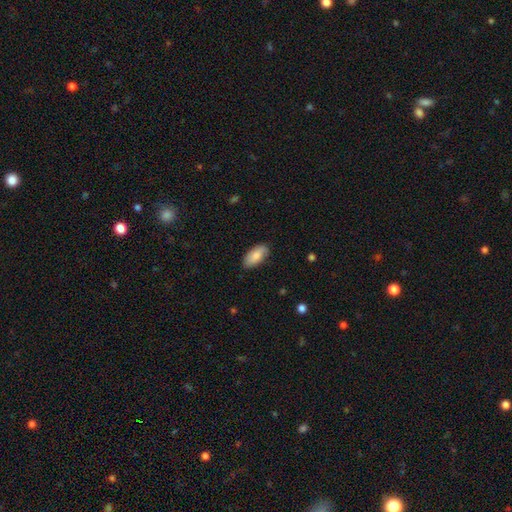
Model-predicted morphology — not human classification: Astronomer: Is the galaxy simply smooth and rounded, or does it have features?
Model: smooth — 84%.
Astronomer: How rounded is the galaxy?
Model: in between — 91%.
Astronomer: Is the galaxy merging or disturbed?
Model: none — 84%.